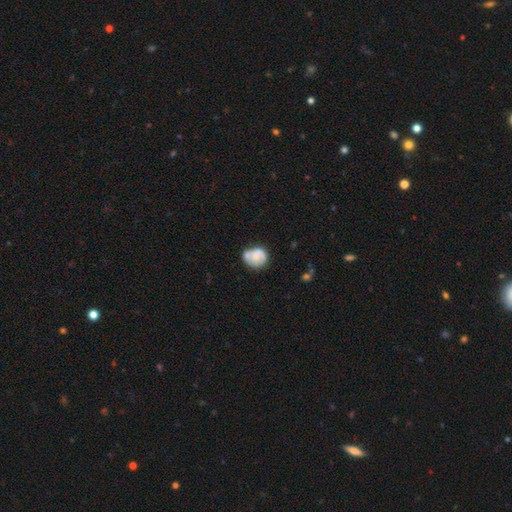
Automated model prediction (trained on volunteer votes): Q: Smooth or featured?
A: smooth (57%); runner-up: featured or disk (35%)
Q: How rounded?
A: round (64%); runner-up: in between (35%)
Q: Merging?
A: none (45%); runner-up: minor disturbance (29%)